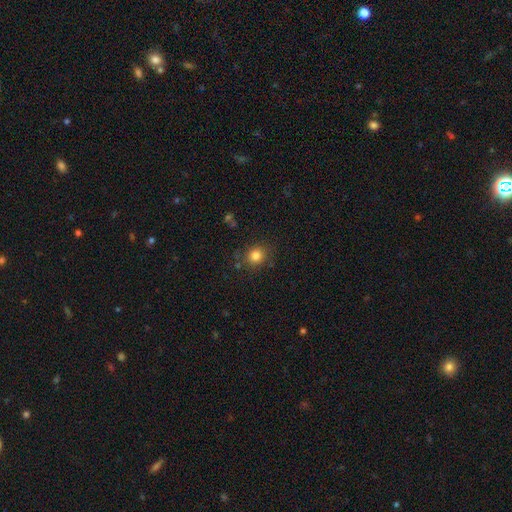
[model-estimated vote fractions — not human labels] This is clearly a smooth galaxy (82%). How rounded: clearly round (80%). Merging: clearly none (82%).